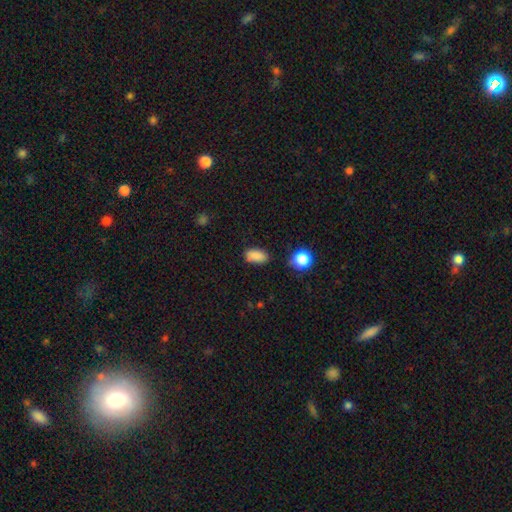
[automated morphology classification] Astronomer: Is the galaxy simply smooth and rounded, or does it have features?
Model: smooth — 86%.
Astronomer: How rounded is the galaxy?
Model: in between — 90%.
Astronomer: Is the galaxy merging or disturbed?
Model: none — 77%.